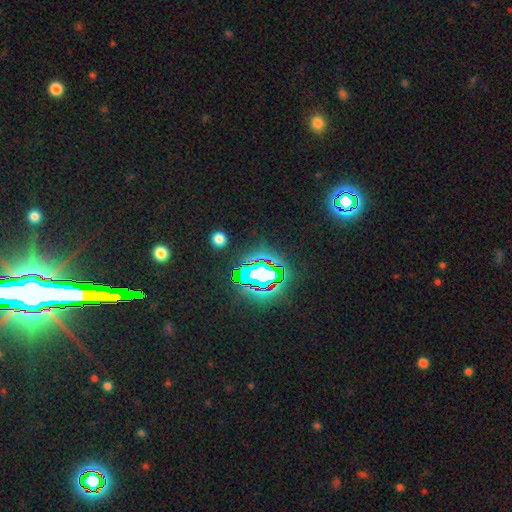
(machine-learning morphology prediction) Overall: star or artifact (81%).